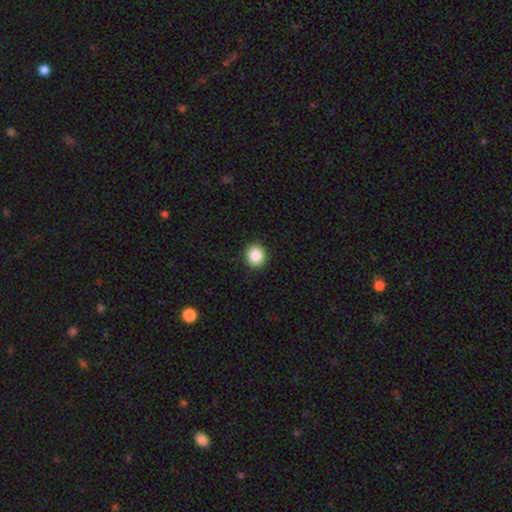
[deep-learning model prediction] smooth 87%, star or artifact 9%, featured or disk 4%. Down the decision tree: how rounded — round (84%); merging — none (91%).